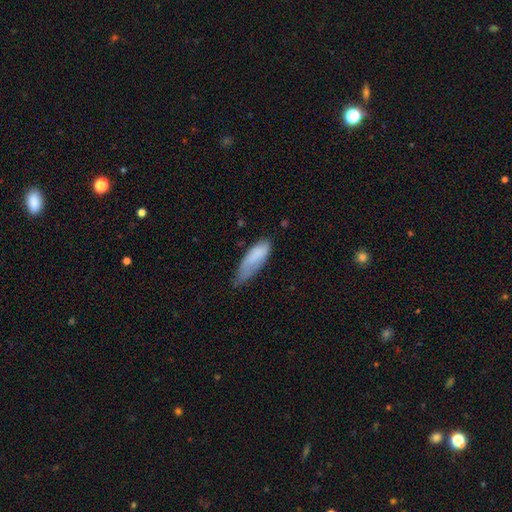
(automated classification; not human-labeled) This appears to be a smooth galaxy with no disk features (80%) that is in between round and cigar-shaped (63%). Merging: minor disturbance (45%).